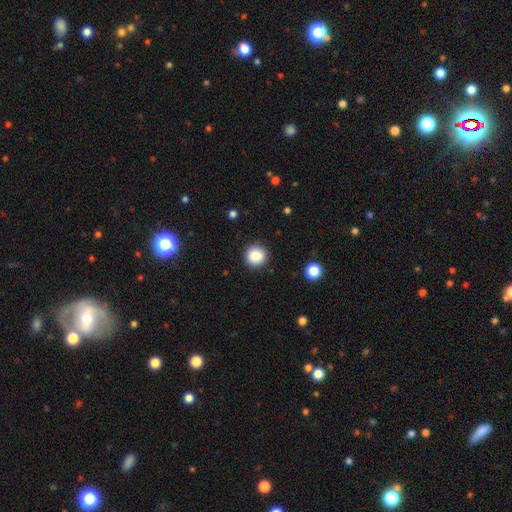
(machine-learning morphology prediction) This appears to be a smooth galaxy with no disk features (87%) that is round (94%). Merging: none (91%).